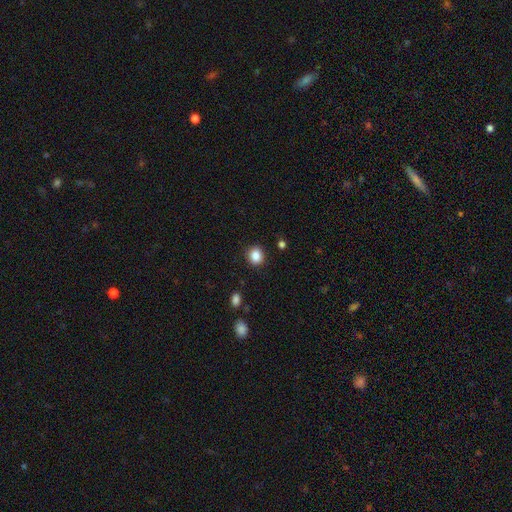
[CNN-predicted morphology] smooth 86%, star or artifact 10%, featured or disk 4%. Down the decision tree: how rounded — round (77%); merging — none (89%).